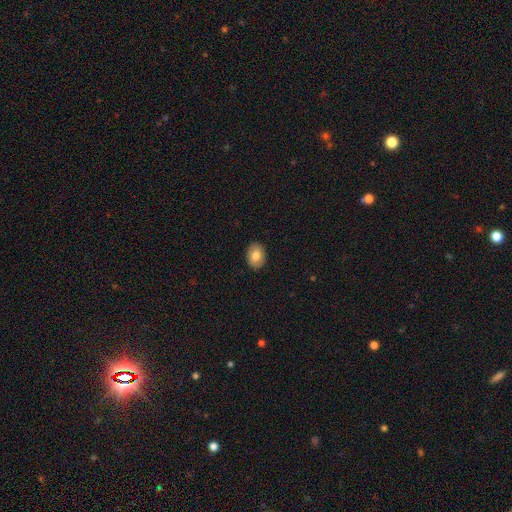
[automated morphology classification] Q: Smooth or featured?
A: smooth (80%); runner-up: featured or disk (13%)
Q: How rounded?
A: in between (72%); runner-up: round (27%)
Q: Merging?
A: none (90%); runner-up: minor disturbance (7%)